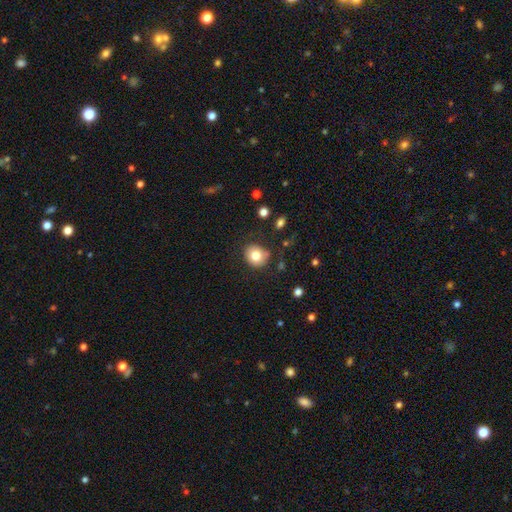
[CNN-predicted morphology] Smooth or featured? Predicted: smooth (p=0.79). How rounded? Predicted: round (p=0.74). Merging? Predicted: none (p=0.76).